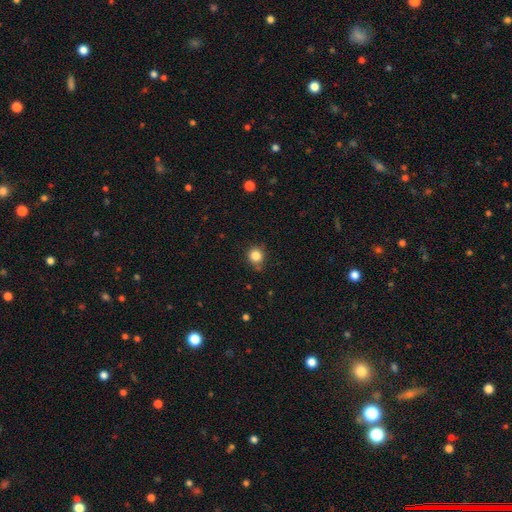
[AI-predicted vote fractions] smooth_or_featured: smooth (p=0.84) [alt: star or artifact p=0.11]
how_rounded: round (p=0.89) [alt: in between p=0.10]
merging: none (p=0.78) [alt: minor disturbance p=0.16]